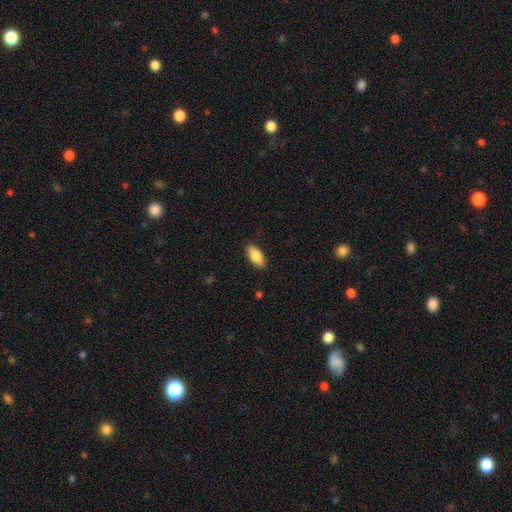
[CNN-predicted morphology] This appears to be a smooth galaxy with no disk features (85%) that is in between round and cigar-shaped (87%). Merging: none (88%).